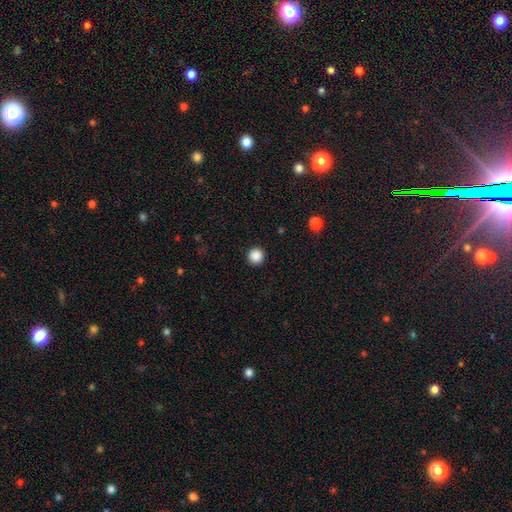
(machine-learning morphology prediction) This appears to be a smooth galaxy with no disk features (88%) that is round (96%). Merging: none (93%).